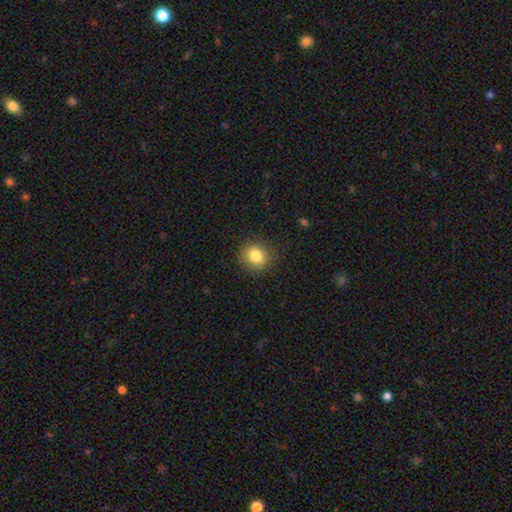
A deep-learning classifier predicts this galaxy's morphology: smooth_or_featured: smooth (p=0.83) [alt: star or artifact p=0.11]
how_rounded: round (p=0.85) [alt: in between p=0.14]
merging: none (p=0.88) [alt: minor disturbance p=0.08]